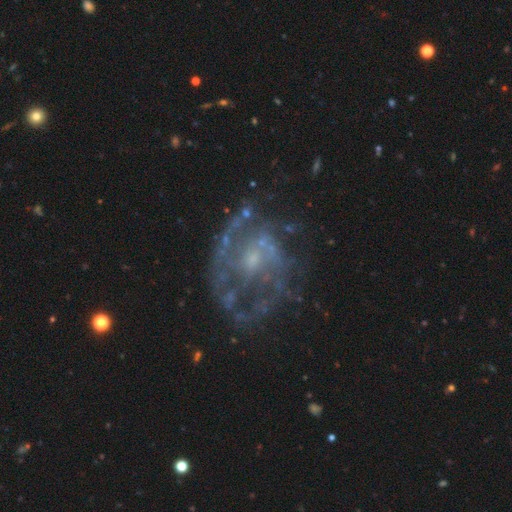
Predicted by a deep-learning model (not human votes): This appears to be a featured or disk galaxy (81%) with no bar (72%), medium (40%) spiral arms (70%) and a small central bulge (55%). Merging: none (53%).